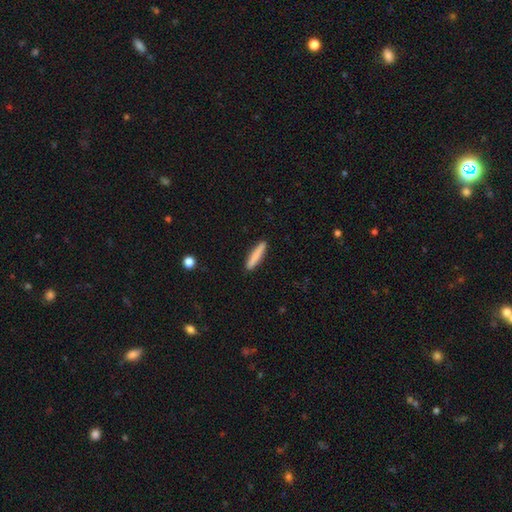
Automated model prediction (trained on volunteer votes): Q: Smooth or featured?
A: smooth (83%); runner-up: featured or disk (11%)
Q: How rounded?
A: cigar-shaped (89%); runner-up: in between (10%)
Q: Merging?
A: none (90%); runner-up: minor disturbance (7%)